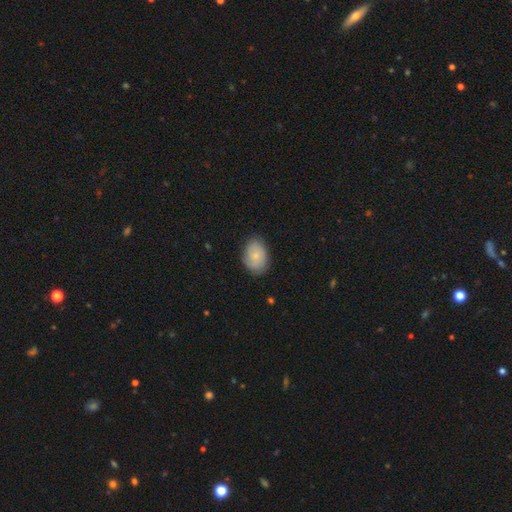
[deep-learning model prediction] A smooth galaxy with no disk features (71%) that is in between round and cigar-shaped (80%).

Vote fractions:
- Smooth or featured? smooth: 71% / featured or disk: 22% / star or artifact: 7%
- How rounded? in between: 80% / round: 19% / cigar-shaped: 1%
- Merging? none: 80% / minor disturbance: 16% / major disturbance: 3% / merger: 1%